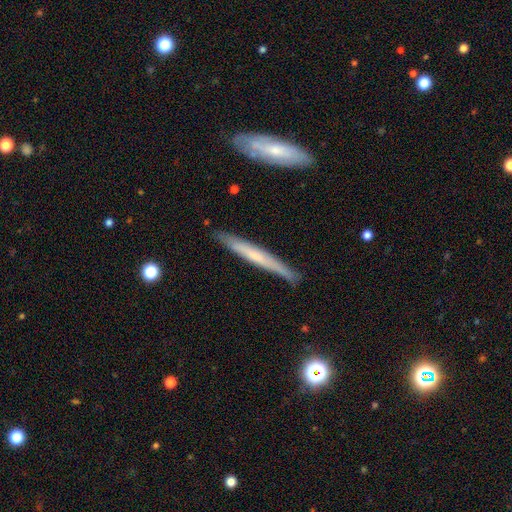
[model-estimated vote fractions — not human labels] Smooth or featured? featured or disk (50%)
Merging? none (85%)